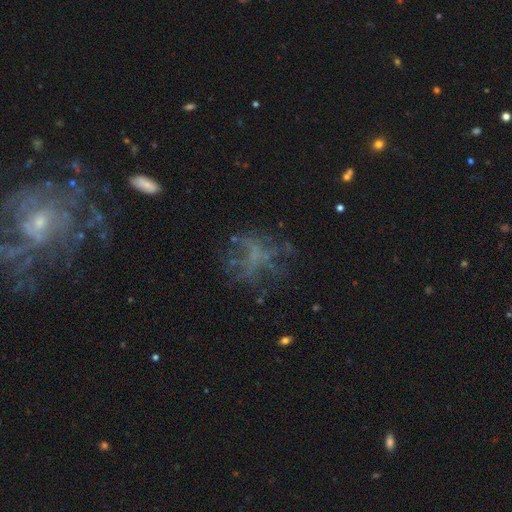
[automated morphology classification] The model was most divided on "smooth or featured": featured or disk: 51%, star or artifact: 27%, smooth: 23%. More confident: edge-on disk — no (97%); merging — none (54%).